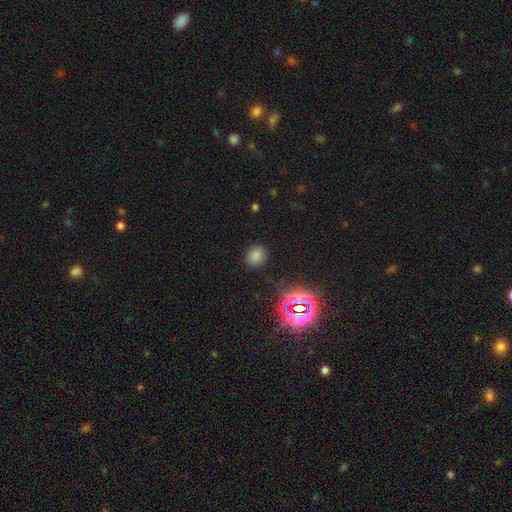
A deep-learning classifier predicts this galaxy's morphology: Smooth or featured? smooth (76%)
How rounded? round (61%)
Merging? none (86%)